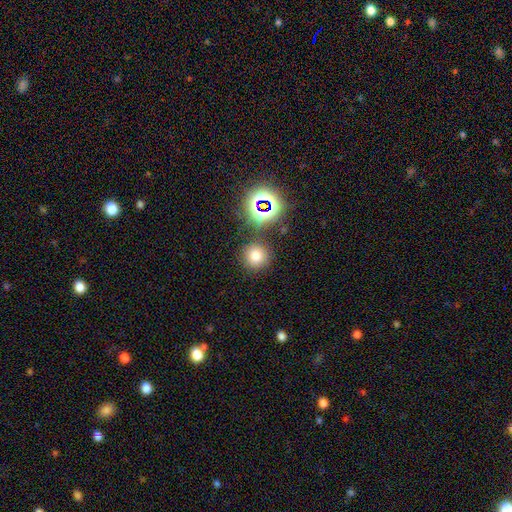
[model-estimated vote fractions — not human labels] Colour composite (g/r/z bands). It shows a smooth galaxy with no disk features (71%) that is round (93%). Merging: none (82%).